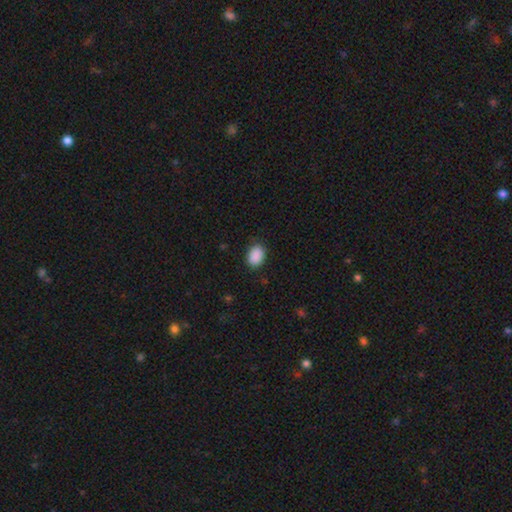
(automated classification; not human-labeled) Smooth or featured? Predicted: smooth (p=0.90). How rounded? Predicted: in between (p=0.79). Merging? Predicted: none (p=0.86).